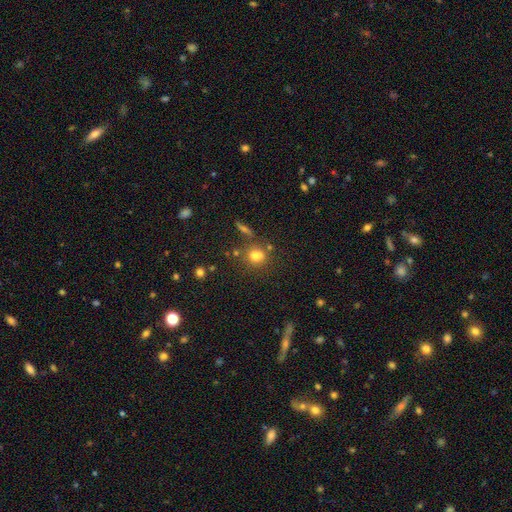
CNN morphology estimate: smooth-or-featured: smooth: 71% | star or artifact: 17% | featured or disk: 12%
  how-rounded: round: 81% | in between: 18% | cigar-shaped: 2%
  merging: none: 62% | merger: 20% | minor disturbance: 13% | major disturbance: 6%